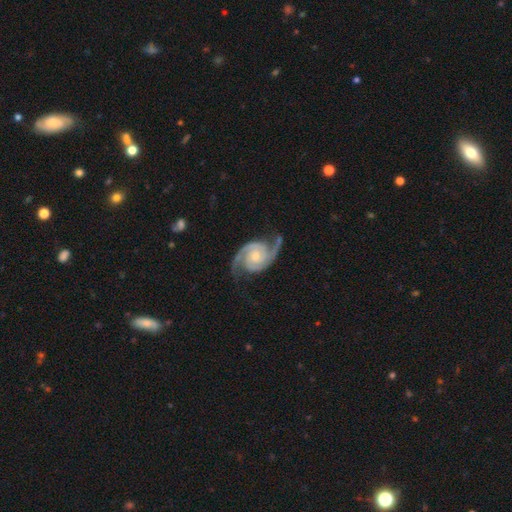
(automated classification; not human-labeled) Smooth or featured?
  - featured or disk: 94% *
  - star or artifact: 3%
  - smooth: 3%
Edge-on disk?
  - no: 98% *
  - yes: 2%
Bar?
  - no: 70% *
  - weak: 24%
  - strong: 6%
Spiral arms?
  - yes: 99% *
  - no: 1%
Spiral winding?
  - medium: 49% *
  - tight: 40%
  - loose: 12%
Spiral arm count?
  - 2: 93% *
  - 3: 2%
  - can't tell: 1%
  - 1: 1%
  - 4: 1%
  - more than 4: 1%
Bulge size?
  - small: 54% *
  - moderate: 37%
  - none: 4%
  - large: 3%
  - dominant: 1%
Merging?
  - none: 74% *
  - minor disturbance: 17%
  - major disturbance: 7%
  - merger: 2%